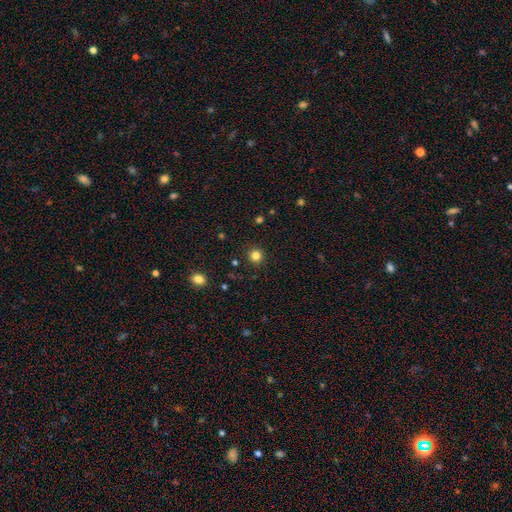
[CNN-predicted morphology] smooth_or_featured: smooth (p=0.82) [alt: star or artifact p=0.14]
how_rounded: round (p=0.93) [alt: in between p=0.06]
merging: none (p=0.91) [alt: minor disturbance p=0.06]